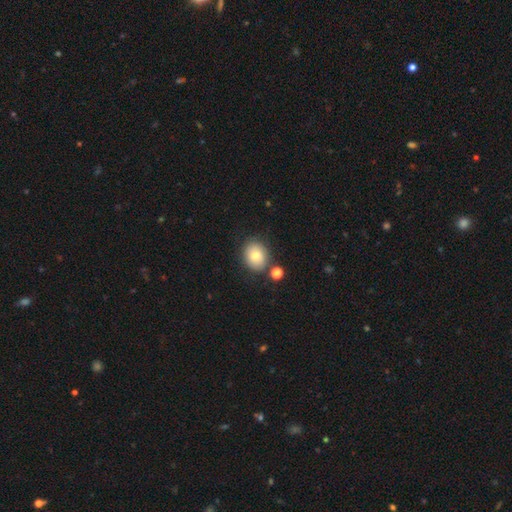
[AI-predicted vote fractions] Morphology: type=smooth (77%); roundness=round (53%); merging=none (77%).